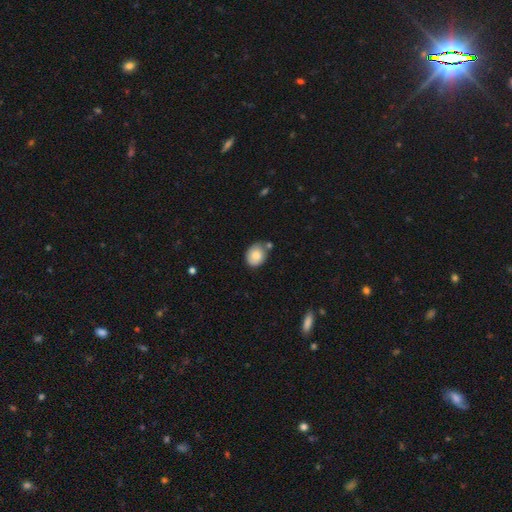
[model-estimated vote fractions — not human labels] Smooth or featured: smooth — 82% (featured or disk — 10%)
How rounded: round — 51% (in between — 48%)
Merging: none — 63% (minor disturbance — 20%)